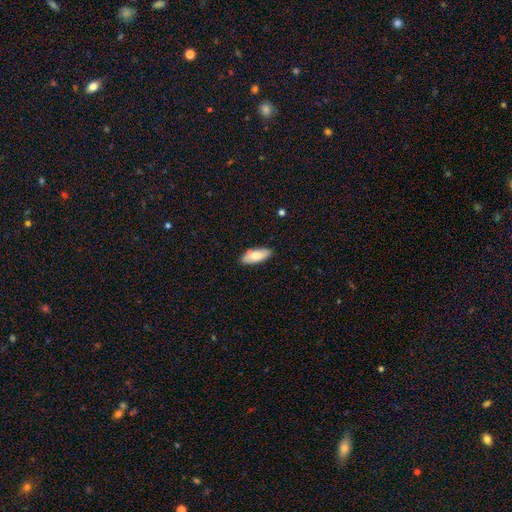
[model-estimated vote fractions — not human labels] Overall: smooth (77%). How rounded: in between (83%). Merging: none (83%).